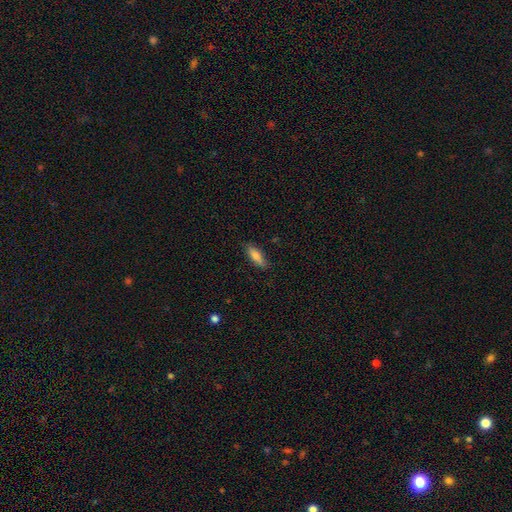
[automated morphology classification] This is likely a smooth galaxy (77%). How rounded: possibly in between (55%). Merging: clearly none (83%).